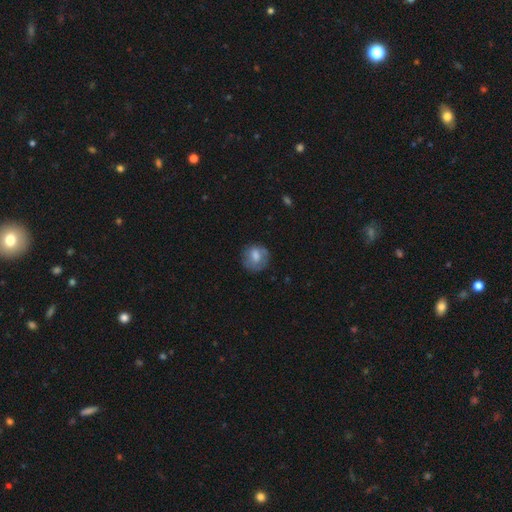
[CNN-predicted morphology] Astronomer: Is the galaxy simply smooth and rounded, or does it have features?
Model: smooth — 67%.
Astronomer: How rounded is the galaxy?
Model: round — 80%.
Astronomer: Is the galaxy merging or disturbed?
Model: none — 67%.